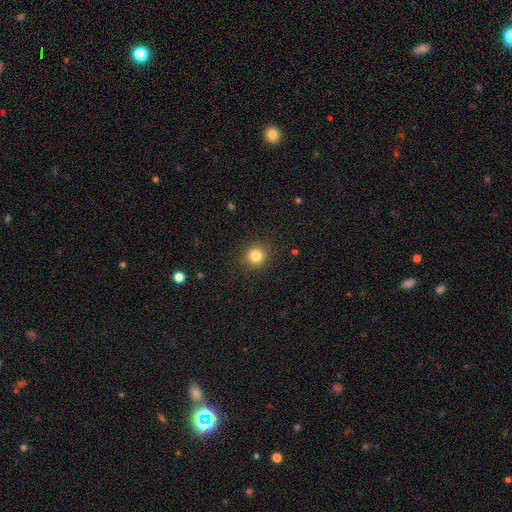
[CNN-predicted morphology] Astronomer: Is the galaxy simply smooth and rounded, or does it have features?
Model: smooth — 83%.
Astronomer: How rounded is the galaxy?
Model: round — 89%.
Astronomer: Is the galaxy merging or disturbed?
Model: none — 90%.